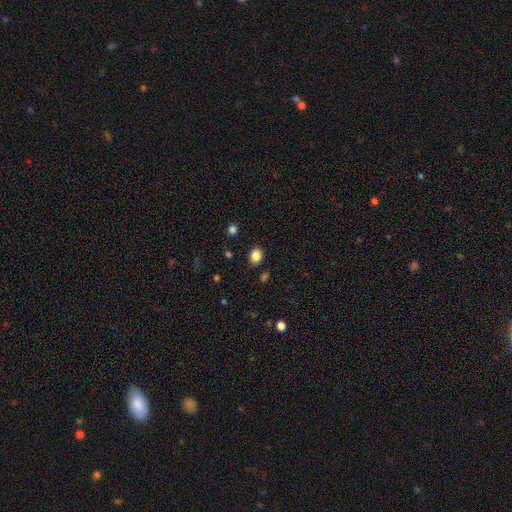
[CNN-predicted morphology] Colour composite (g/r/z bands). It shows a smooth galaxy with no disk features (86%) that is in between round and cigar-shaped (56%). Merging: none (86%).